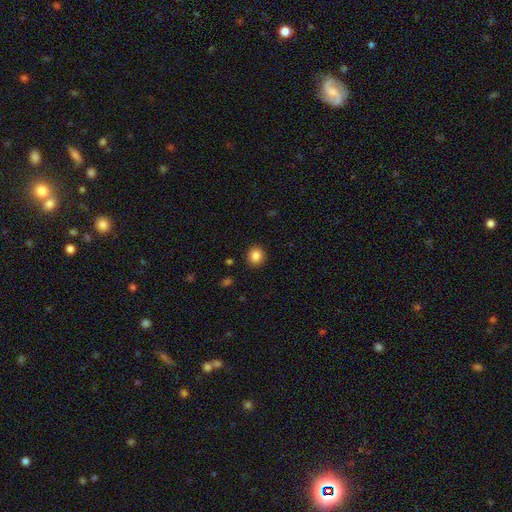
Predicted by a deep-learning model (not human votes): Smooth or featured? Predicted: smooth (p=0.85). How rounded? Predicted: round (p=0.84). Merging? Predicted: none (p=0.91).